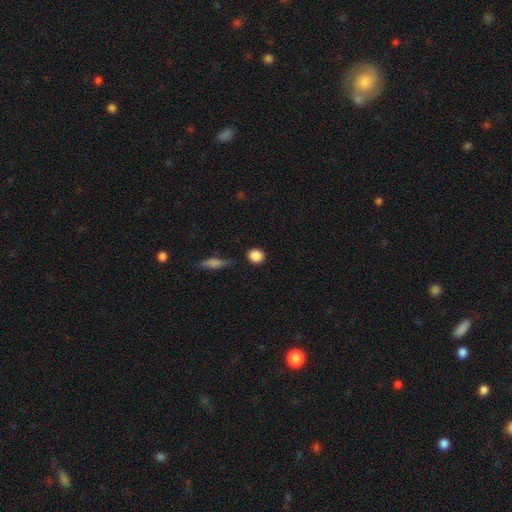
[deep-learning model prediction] smooth 87%, star or artifact 8%, featured or disk 4%. Down the decision tree: how rounded — round (78%); merging — none (84%).